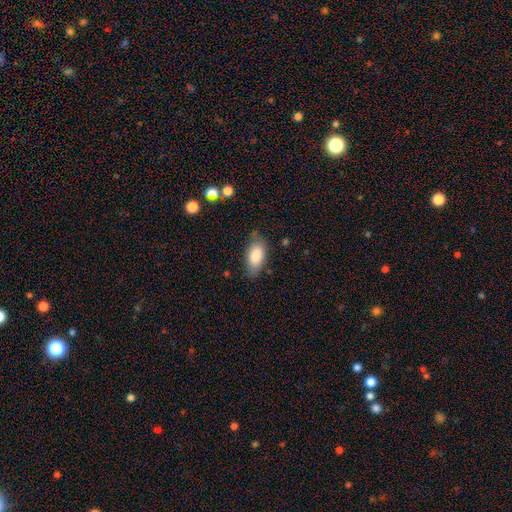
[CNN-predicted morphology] The model was most divided on "merging": none: 69%, minor disturbance: 23%, major disturbance: 6%, merger: 2%. More confident: how rounded — in between (91%); smooth or featured — smooth (82%).